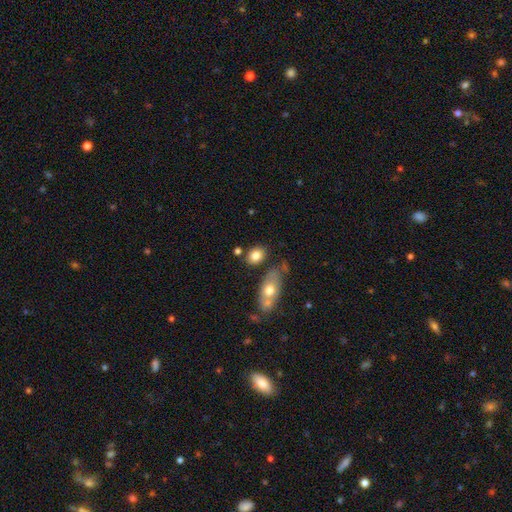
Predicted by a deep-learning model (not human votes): A smooth galaxy with no disk features (80%) that is in between round and cigar-shaped (74%).

Vote fractions:
- Smooth or featured? smooth: 80% / featured or disk: 13% / star or artifact: 8%
- How rounded? in between: 74% / round: 24% / cigar-shaped: 2%
- Merging? none: 68% / minor disturbance: 15% / merger: 12% / major disturbance: 5%